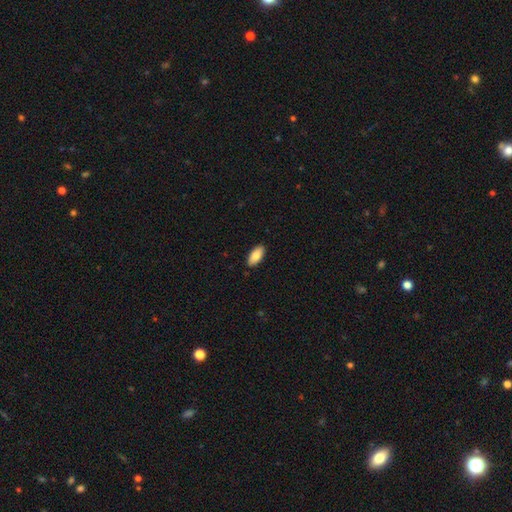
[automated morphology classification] A smooth galaxy with no disk features (88%) that is in between round and cigar-shaped (89%).

Vote fractions:
- Smooth or featured? smooth: 88% / featured or disk: 6% / star or artifact: 6%
- How rounded? in between: 89% / cigar-shaped: 9% / round: 2%
- Merging? none: 90% / minor disturbance: 8% / major disturbance: 2% / merger: 1%